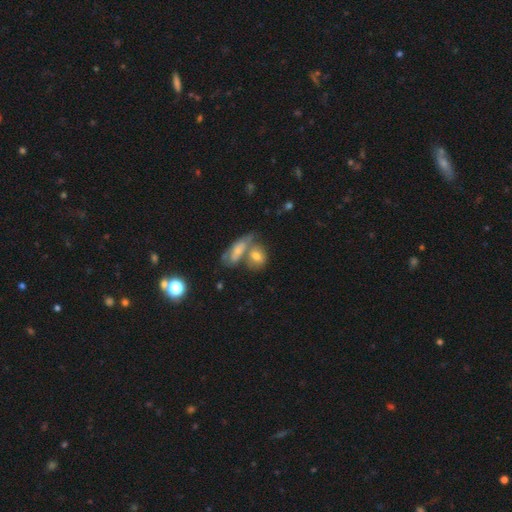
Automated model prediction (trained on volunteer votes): smooth 55%, featured or disk 30%, star or artifact 15%. Down the decision tree: how rounded — in between (53%); merging — merger (47%).